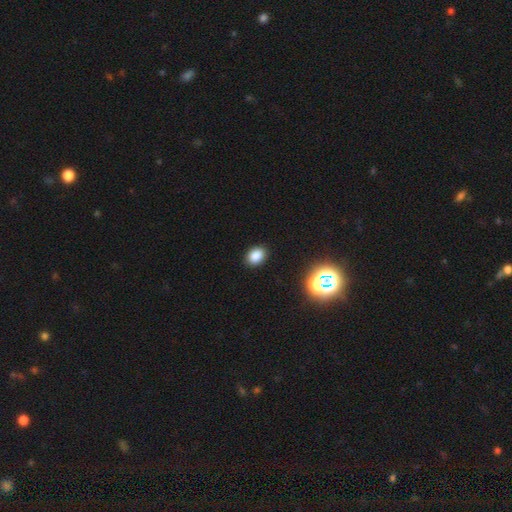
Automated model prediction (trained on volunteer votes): Morphology: type=smooth (84%); roundness=in between (68%); merging=none (90%).